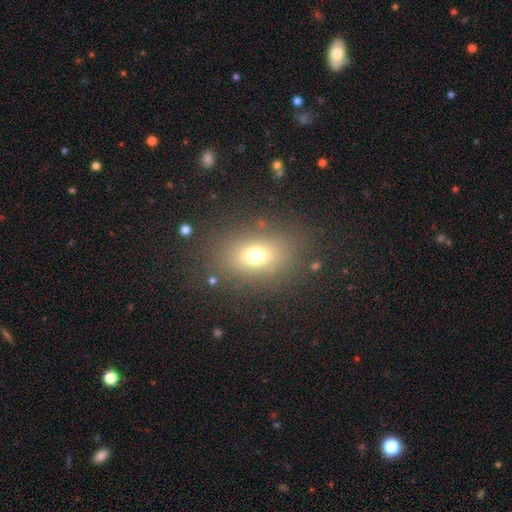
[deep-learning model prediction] smooth-or-featured: smooth: 69% | star or artifact: 17% | featured or disk: 14%
  how-rounded: in between: 68% | round: 30% | cigar-shaped: 2%
  merging: none: 81% | minor disturbance: 11% | major disturbance: 7% | merger: 2%